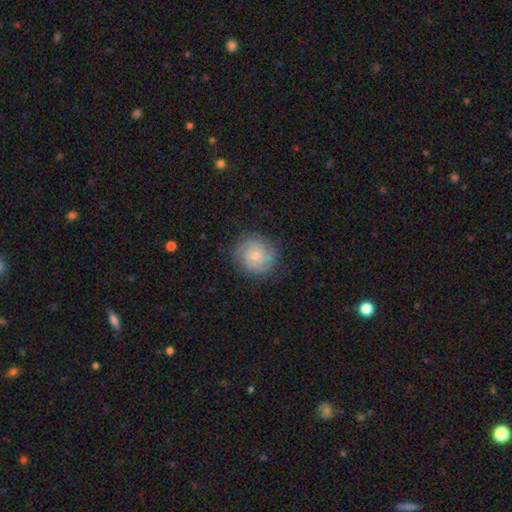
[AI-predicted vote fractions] A featured or disk galaxy (59%) with no bar (78%), can't tell (33%, tied with 2) tight (67%) spiral arms (89%) and a small central bulge (54%). Merging: none (81%).